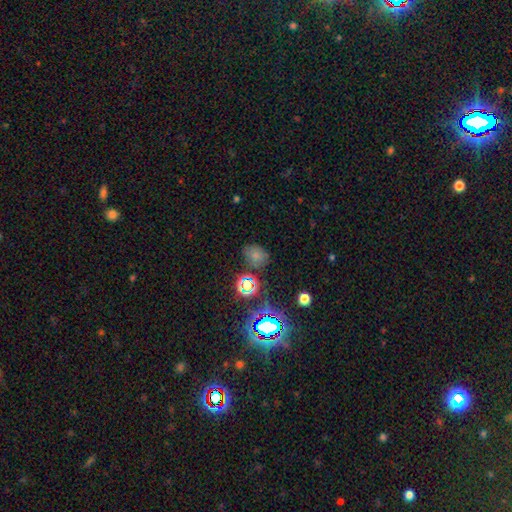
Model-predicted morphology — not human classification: The model was most divided on "how rounded": in between: 56%, round: 42%, cigar-shaped: 1%. More confident: merging — none (71%); smooth or featured — smooth (63%).